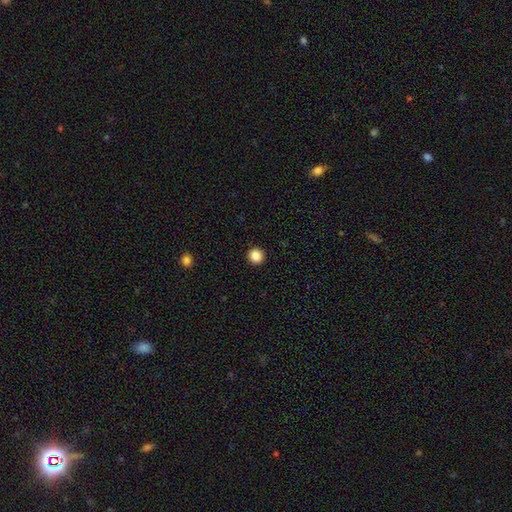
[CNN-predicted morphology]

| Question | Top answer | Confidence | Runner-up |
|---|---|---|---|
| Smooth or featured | smooth | 87% | star or artifact (10%) |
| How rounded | round | 95% | in between (4%) |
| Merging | none | 93% | minor disturbance (4%) |